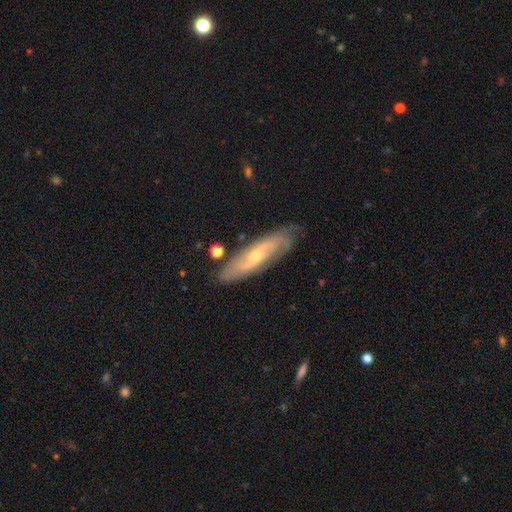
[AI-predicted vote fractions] Smooth or featured: featured or disk — 75% (smooth — 18%)
Edge-on disk: no — 71% (yes — 29%)
Bar: no — 53% (weak — 35%)
Spiral arms: yes — 86% (no — 14%)
Bulge size: small — 59% (moderate — 38%)
Merging: none — 79% (minor disturbance — 15%)